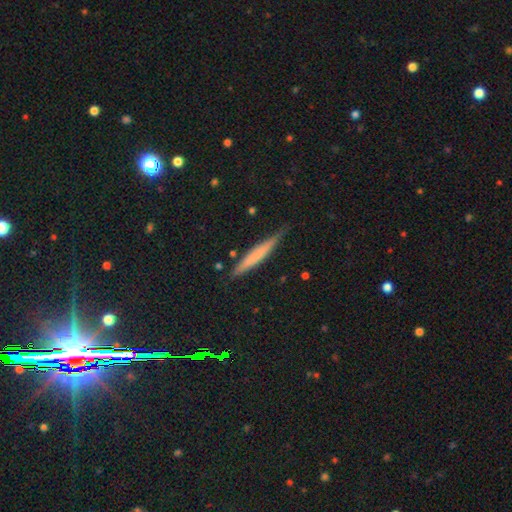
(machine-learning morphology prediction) Smooth or featured? smooth (57%)
How rounded? cigar-shaped (94%)
Merging? none (79%)